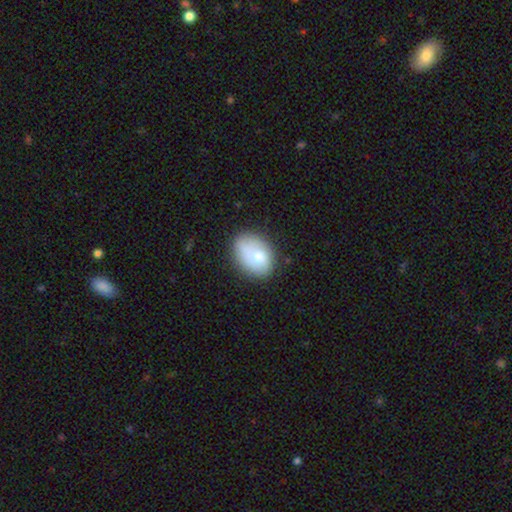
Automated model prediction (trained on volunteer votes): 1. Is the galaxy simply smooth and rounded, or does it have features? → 73% smooth, 20% featured or disk, 8% star or artifact.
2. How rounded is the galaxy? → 74% in between, 25% round, 1% cigar-shaped.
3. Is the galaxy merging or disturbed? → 54% none, 27% minor disturbance, 10% merger, 9% major disturbance.